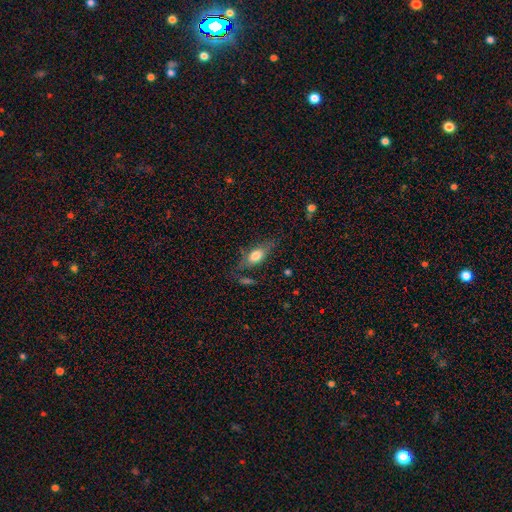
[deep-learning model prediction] smooth-or-featured: smooth: 67% | featured or disk: 25% | star or artifact: 8%
  how-rounded: in between: 76% | cigar-shaped: 20% | round: 4%
  merging: none: 64% | minor disturbance: 23% | major disturbance: 9% | merger: 4%